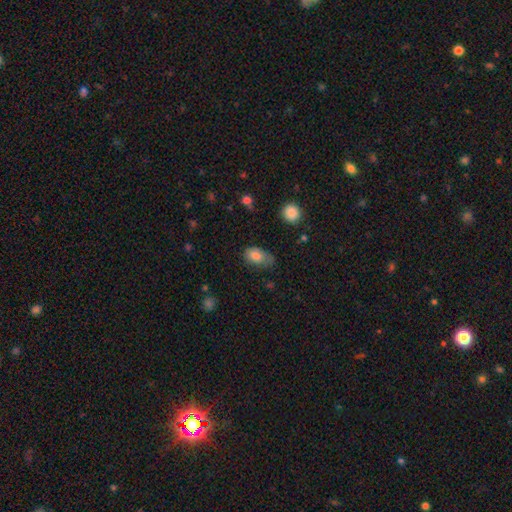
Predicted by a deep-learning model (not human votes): This appears to be a smooth galaxy with no disk features (80%) that is in between round and cigar-shaped (88%). Merging: none (44%).